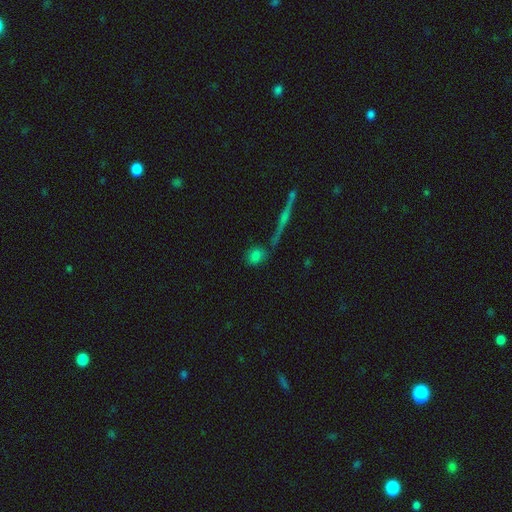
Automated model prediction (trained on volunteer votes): Smooth or featured? smooth (75%)
How rounded? round (51%)
Merging? none (71%)